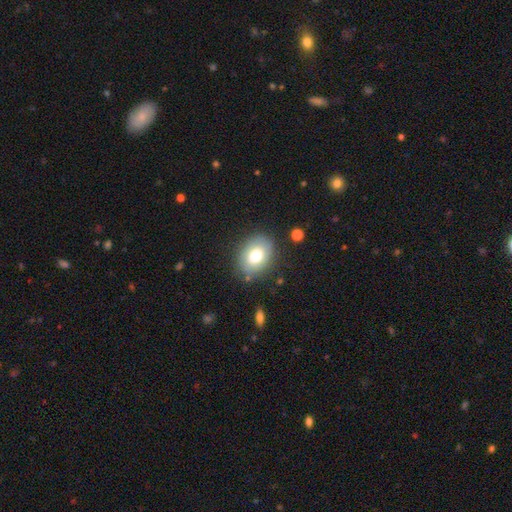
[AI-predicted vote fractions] Smooth or featured: smooth — 75% (featured or disk — 17%)
How rounded: in between — 73% (round — 26%)
Merging: none — 80% (minor disturbance — 13%)